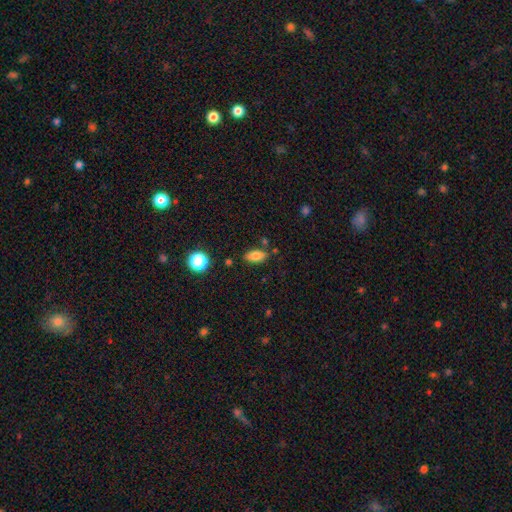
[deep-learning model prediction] Smooth or featured: smooth — 81% (star or artifact — 10%)
How rounded: in between — 86% (cigar-shaped — 9%)
Merging: none — 80% (minor disturbance — 12%)